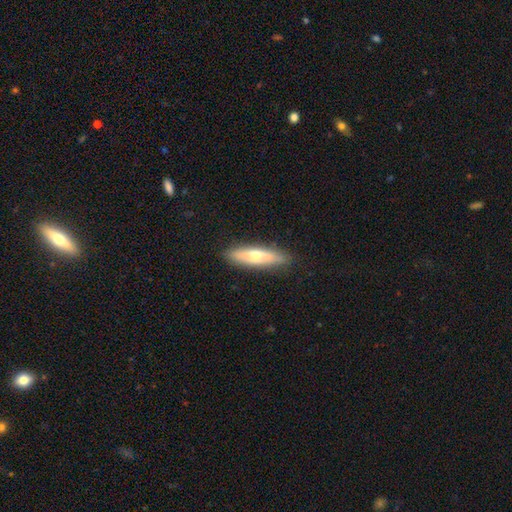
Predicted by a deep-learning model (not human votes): This appears to be a smooth galaxy with no disk features (57%) that is cigar-shaped (72%). Merging: none (88%).